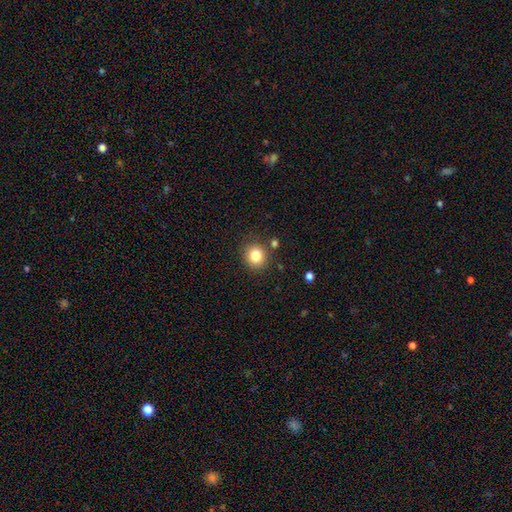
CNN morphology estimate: smooth_or_featured: smooth (p=0.82) [alt: star or artifact p=0.11]
how_rounded: round (p=0.85) [alt: in between p=0.14]
merging: none (p=0.83) [alt: minor disturbance p=0.09]